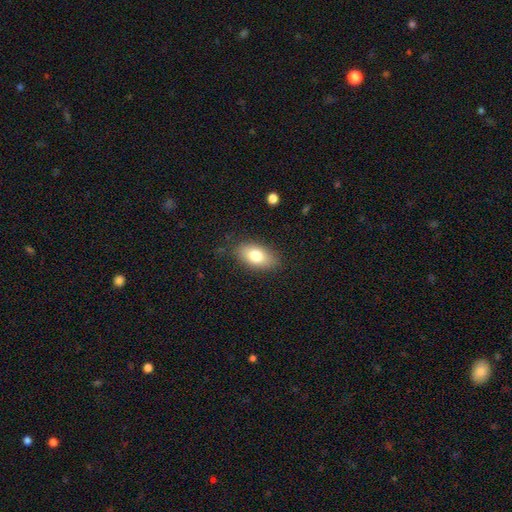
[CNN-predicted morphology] Smooth or featured? smooth (77%)
How rounded? in between (91%)
Merging? none (83%)